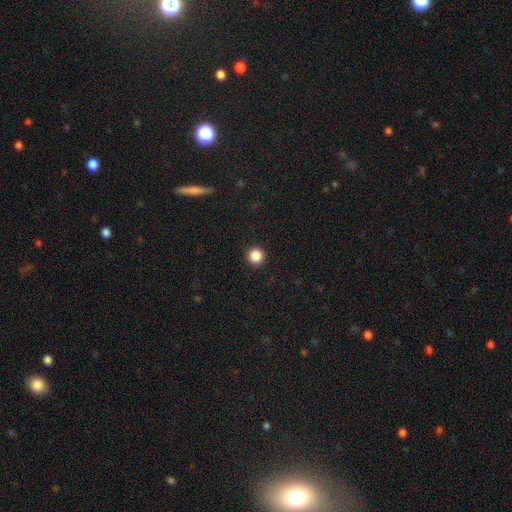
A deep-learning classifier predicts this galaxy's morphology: Smooth or featured: smooth — 87% (star or artifact — 10%)
How rounded: round — 96% (in between — 3%)
Merging: none — 93% (minor disturbance — 4%)